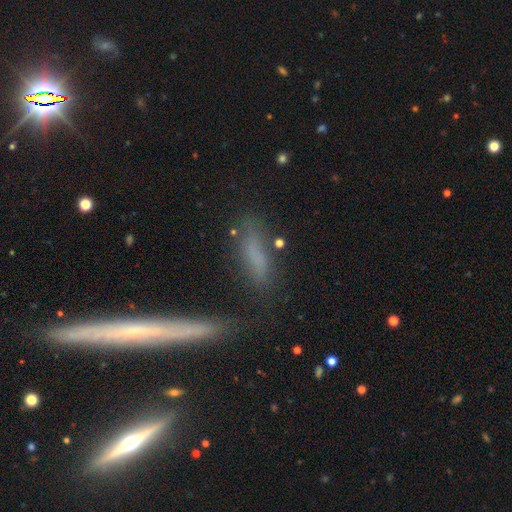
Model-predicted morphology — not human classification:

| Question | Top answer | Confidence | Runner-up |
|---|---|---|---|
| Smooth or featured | smooth | 65% | featured or disk (24%) |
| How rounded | cigar-shaped | 73% | in between (23%) |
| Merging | none | 70% | minor disturbance (18%) |